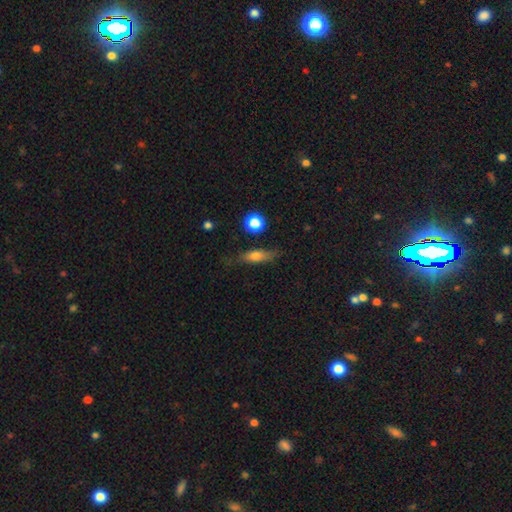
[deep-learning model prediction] Morphology: type=smooth (67%); roundness=cigar-shaped (52%); merging=none (69%).